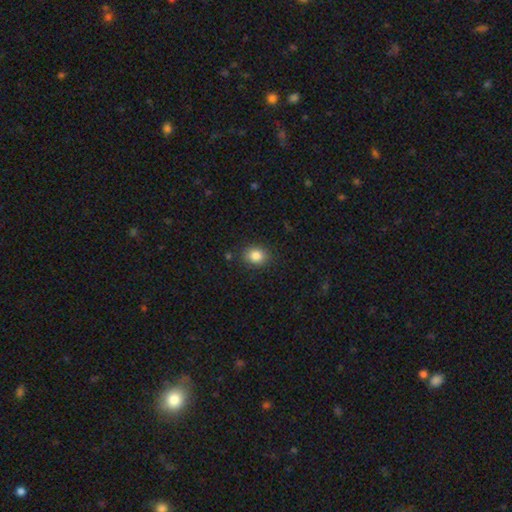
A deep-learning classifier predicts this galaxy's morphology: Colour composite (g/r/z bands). It shows a smooth galaxy with no disk features (85%) that is round (51%). Merging: none (87%).